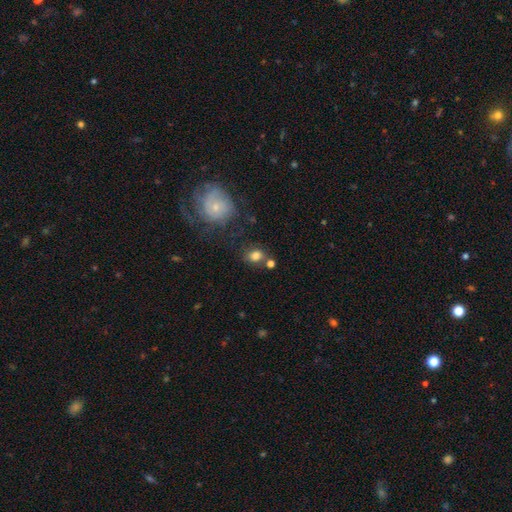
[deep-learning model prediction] Smooth or featured? smooth (78%)
How rounded? in between (51%)
Merging? none (63%)